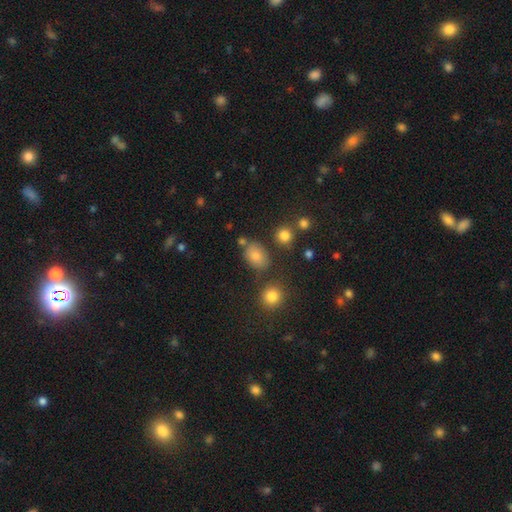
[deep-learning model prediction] smooth 81%, star or artifact 12%, featured or disk 8%. Down the decision tree: how rounded — in between (74%); merging — none (70%).